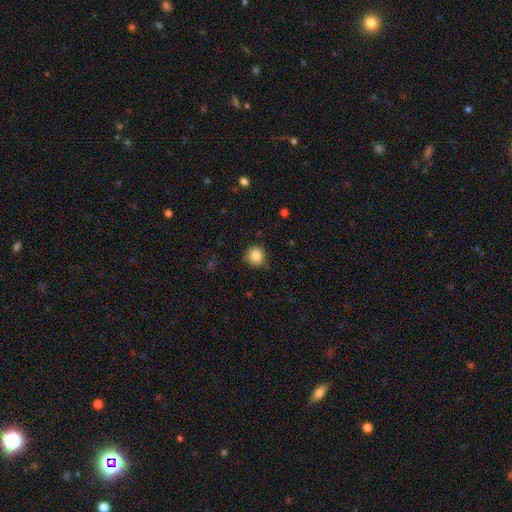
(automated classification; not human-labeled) Q: Smooth or featured?
A: smooth (85%); runner-up: star or artifact (10%)
Q: How rounded?
A: round (93%); runner-up: in between (6%)
Q: Merging?
A: none (84%); runner-up: minor disturbance (12%)